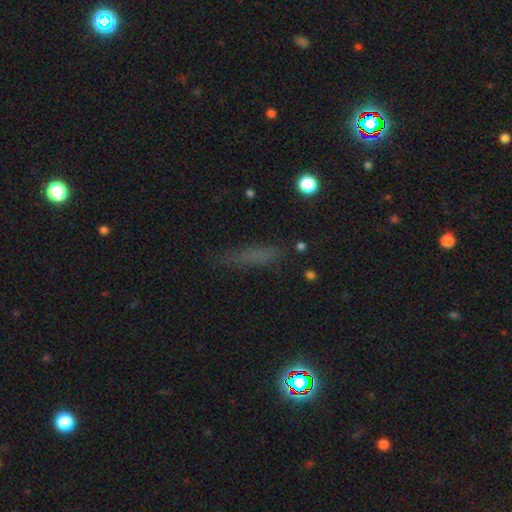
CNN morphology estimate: smooth 57%, star or artifact 24%, featured or disk 20%. Down the decision tree: how rounded — cigar-shaped (79%); merging — none (75%).